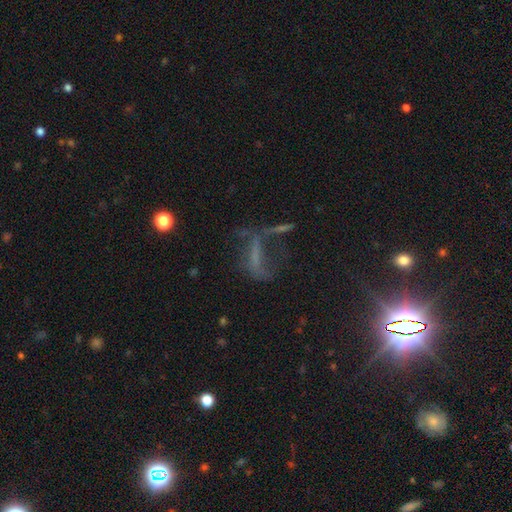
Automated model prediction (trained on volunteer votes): Morphology: type=featured or disk (40%); merging=major disturbance (42%).